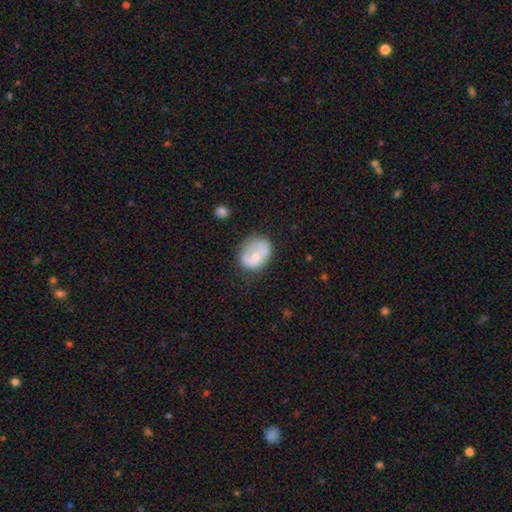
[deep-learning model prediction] Smooth or featured? smooth (55%)
How rounded? in between (58%)
Merging? none (54%)